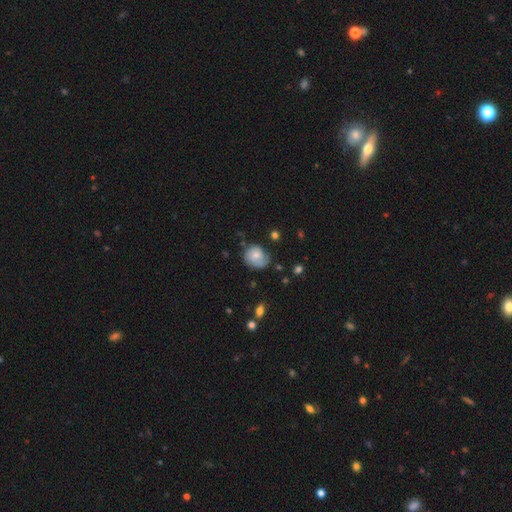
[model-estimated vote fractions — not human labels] Morphology: type=smooth (65%); roundness=round (64%); merging=none (54%).